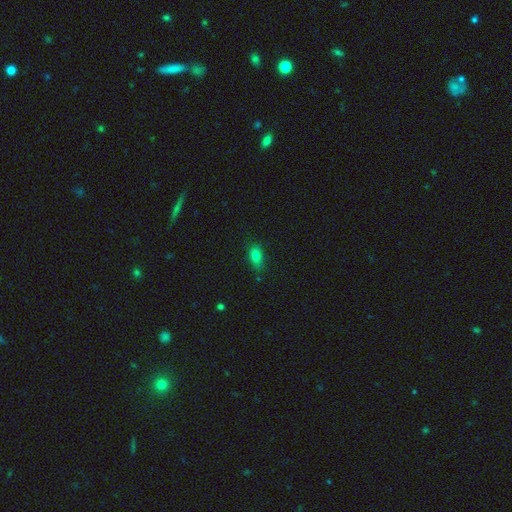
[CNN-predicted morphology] A smooth galaxy with no disk features (79%) that is in between round and cigar-shaped (81%). Merging: none (74%).